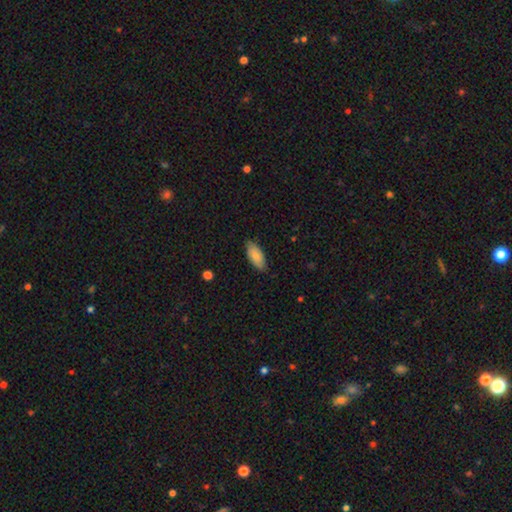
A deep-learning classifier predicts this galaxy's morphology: This is clearly a smooth galaxy (82%). How rounded: clearly in between (90%). Merging: clearly none (80%).